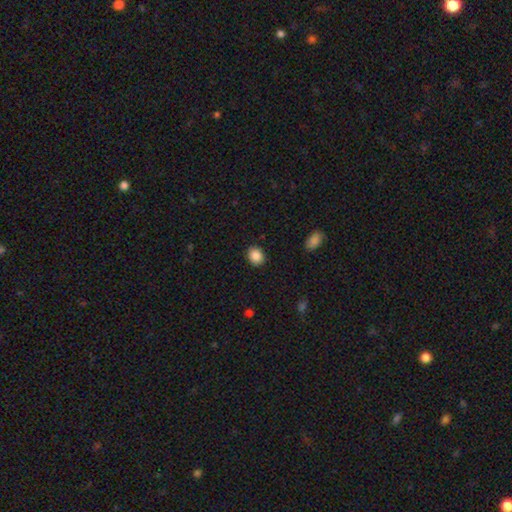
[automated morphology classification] smooth 87%, star or artifact 9%, featured or disk 4%. Down the decision tree: how rounded — round (58%); merging — none (90%).